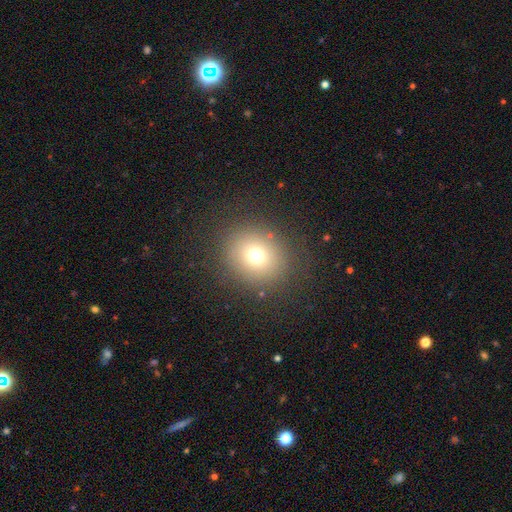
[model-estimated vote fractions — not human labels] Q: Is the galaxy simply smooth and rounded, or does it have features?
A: smooth — 70%.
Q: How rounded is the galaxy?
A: round — 81%.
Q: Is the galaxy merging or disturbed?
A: none — 84%.